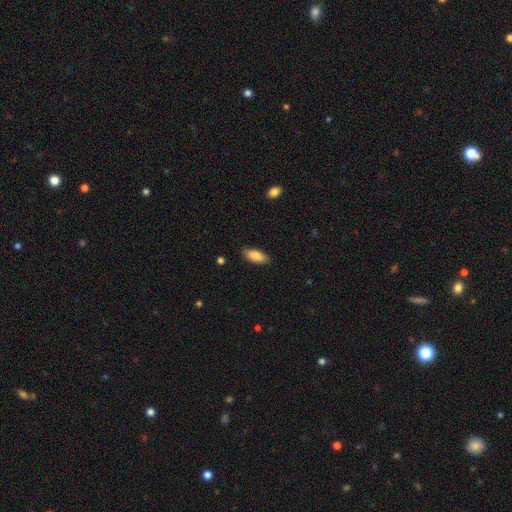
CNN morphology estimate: type=smooth (85%); roundness=in between (83%); merging=none (87%).